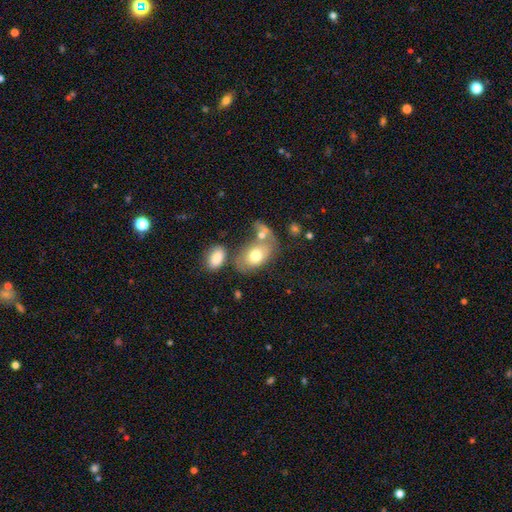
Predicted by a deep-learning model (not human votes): Smooth or featured? smooth (71%)
How rounded? in between (86%)
Merging? none (47%)